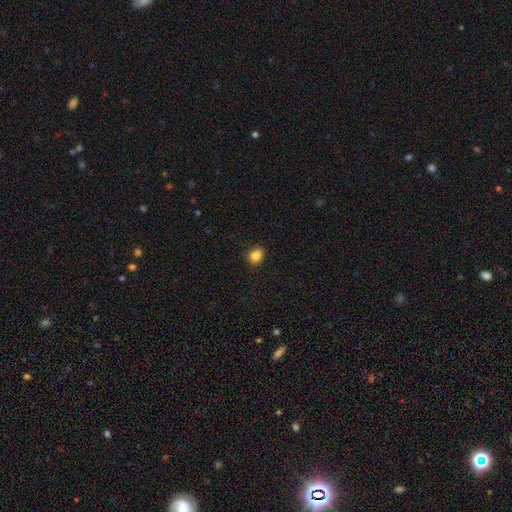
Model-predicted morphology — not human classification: Smooth or featured: smooth — 85% (star or artifact — 10%)
How rounded: round — 59% (in between — 40%)
Merging: none — 88% (minor disturbance — 9%)